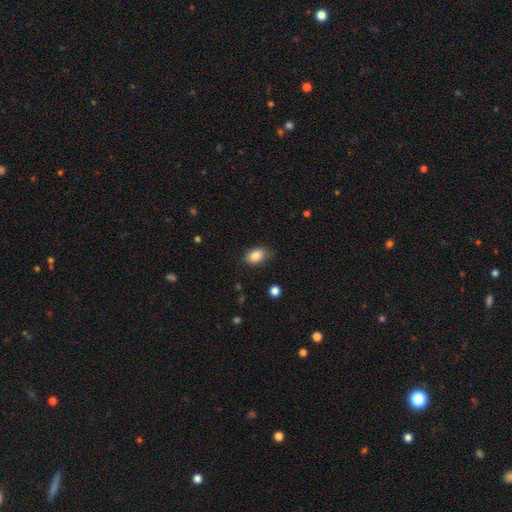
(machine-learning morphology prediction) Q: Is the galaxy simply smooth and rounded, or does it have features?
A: smooth — 86%.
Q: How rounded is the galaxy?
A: in between — 86%.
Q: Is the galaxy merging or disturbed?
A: none — 77%.